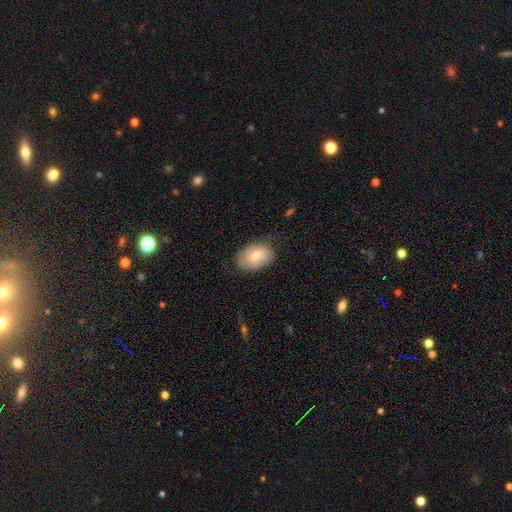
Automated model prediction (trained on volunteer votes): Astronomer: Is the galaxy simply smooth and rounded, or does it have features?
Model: smooth — 62%.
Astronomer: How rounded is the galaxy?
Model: in between — 81%.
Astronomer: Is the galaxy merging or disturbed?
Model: none — 71%.